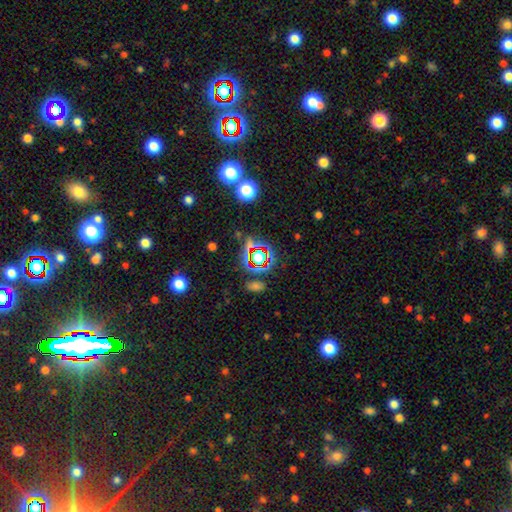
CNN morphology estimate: Smooth or featured? star or artifact (65%)